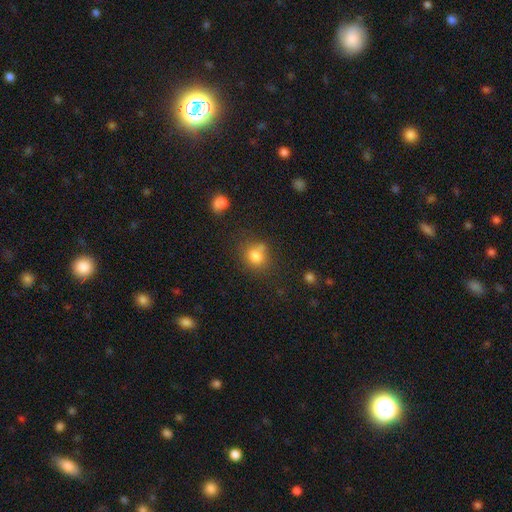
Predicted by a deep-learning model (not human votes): The model was most divided on "how rounded": round: 71%, in between: 28%, cigar-shaped: 1%. More confident: smooth or featured — smooth (80%); merging — none (63%).